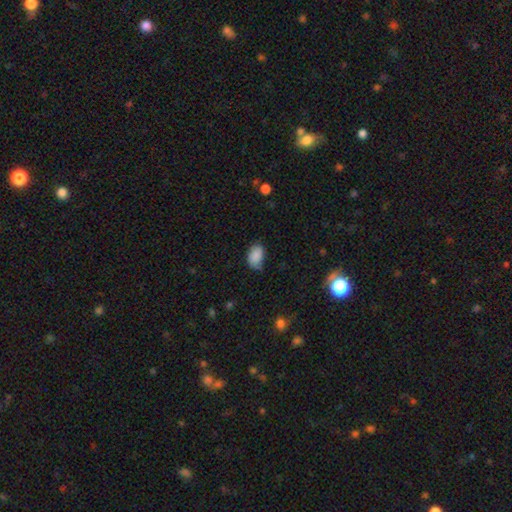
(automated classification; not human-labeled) Q: Smooth or featured?
A: smooth (85%); runner-up: star or artifact (8%)
Q: How rounded?
A: in between (88%); runner-up: round (11%)
Q: Merging?
A: none (62%); runner-up: minor disturbance (30%)